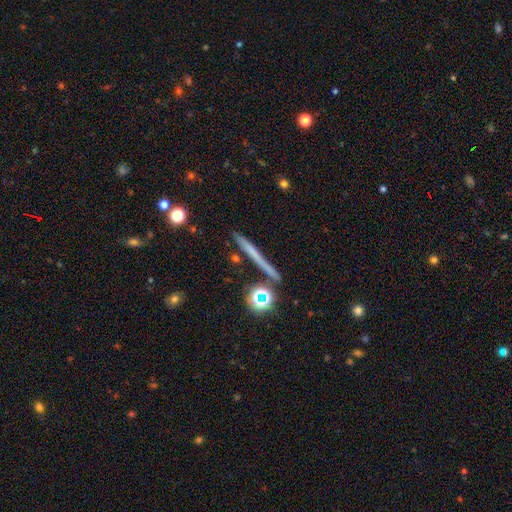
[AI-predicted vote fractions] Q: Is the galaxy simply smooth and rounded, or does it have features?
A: featured or disk — 43%, tied with smooth.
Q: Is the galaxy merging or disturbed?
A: none — 84%.